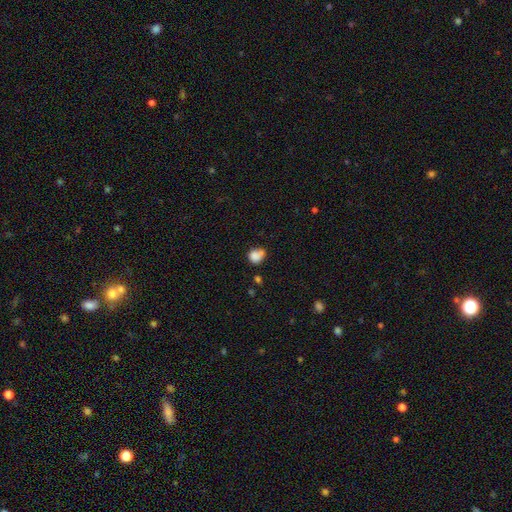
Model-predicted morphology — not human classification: Smooth or featured? smooth (82%)
How rounded? round (66%)
Merging? none (45%)